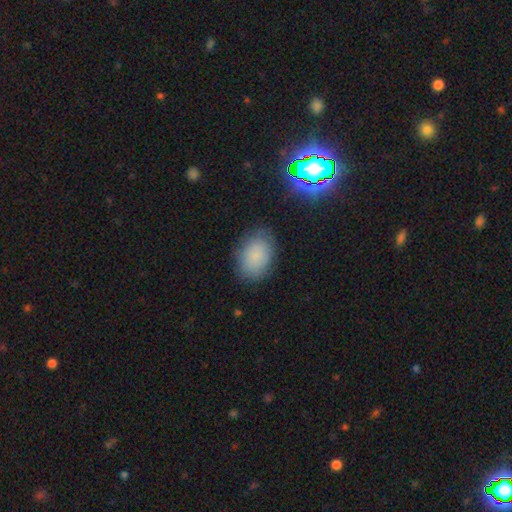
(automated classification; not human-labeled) smooth 80%, star or artifact 12%, featured or disk 8%. Down the decision tree: how rounded — in between (77%); merging — none (82%).